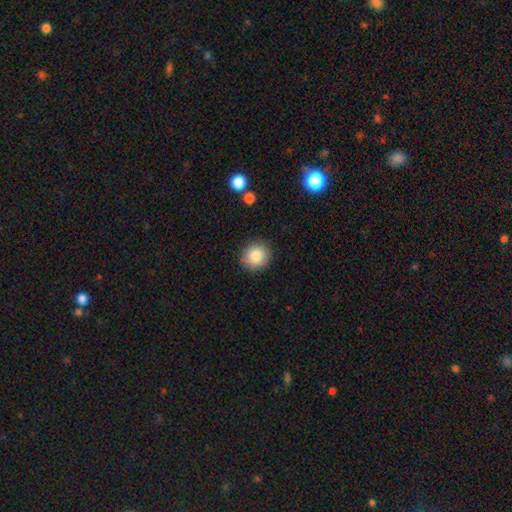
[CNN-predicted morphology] A smooth galaxy with no disk features (85%) that is round (88%).

Vote fractions:
- Smooth or featured? smooth: 85% / star or artifact: 9% / featured or disk: 6%
- How rounded? round: 88% / in between: 11% / cigar-shaped: 1%
- Merging? none: 87% / minor disturbance: 9% / major disturbance: 2% / merger: 2%